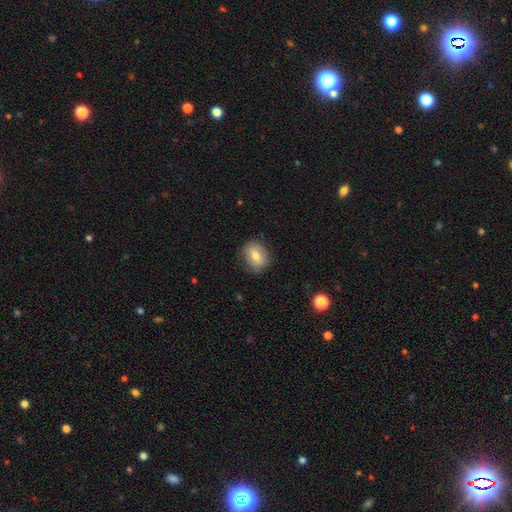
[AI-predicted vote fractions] A smooth galaxy with no disk features (74%) that is round (49%, tied with in between).

Vote fractions:
- Smooth or featured? smooth: 74% / featured or disk: 18% / star or artifact: 8%
- How rounded? round: 49% (tied) / in between: 49% (tied) / cigar-shaped: 1%
- Merging? none: 83% / minor disturbance: 13% / major disturbance: 3% / merger: 1%